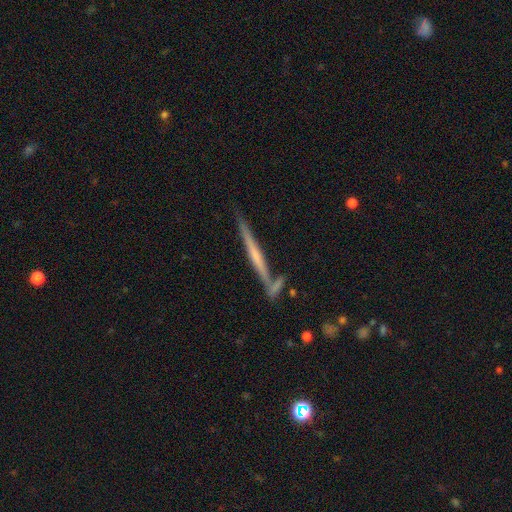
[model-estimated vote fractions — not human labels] Smooth or featured? Predicted: featured or disk (p=0.61). Edge-on disk? Predicted: yes (p=0.96). Edge-on bulge? Predicted: none (p=0.64). Merging? Predicted: none (p=0.72).